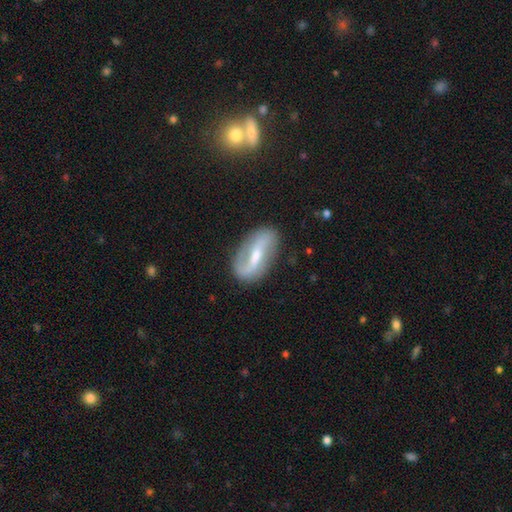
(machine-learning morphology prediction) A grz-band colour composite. It shows a featured or disk galaxy (75%) with a strong bar (46%), 2 (81%) loose (51%) spiral arms (84%) and a moderate central bulge (47%). Merging: none (79%).